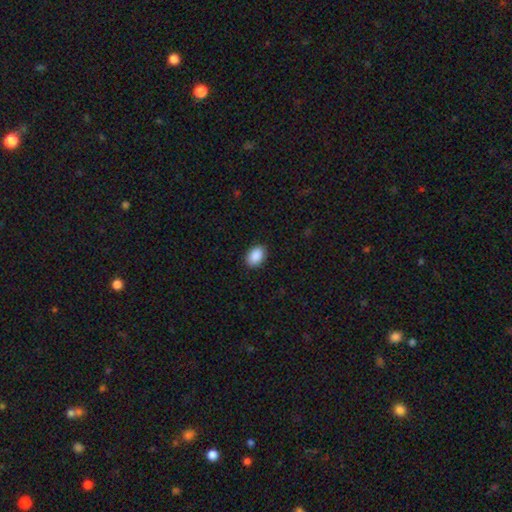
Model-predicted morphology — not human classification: A smooth galaxy with no disk features (90%) that is in between round and cigar-shaped (84%).

Vote fractions:
- Smooth or featured? smooth: 90% / star or artifact: 7% / featured or disk: 3%
- How rounded? in between: 84% / round: 15% / cigar-shaped: 1%
- Merging? none: 89% / minor disturbance: 8% / major disturbance: 2% / merger: 1%